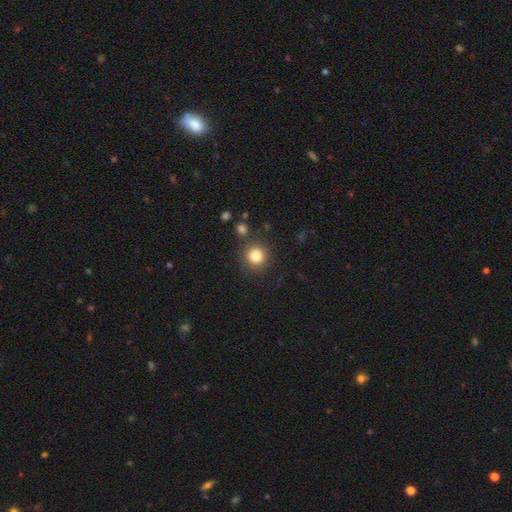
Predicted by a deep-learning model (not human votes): smooth_or_featured: smooth (p=0.83) [alt: star or artifact p=0.11]
how_rounded: round (p=0.93) [alt: in between p=0.06]
merging: none (p=0.84) [alt: minor disturbance p=0.08]